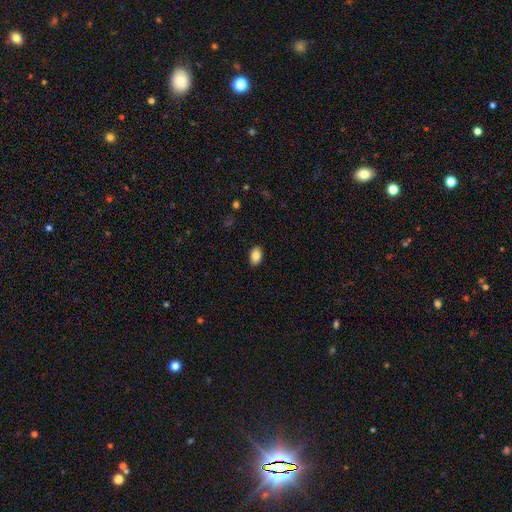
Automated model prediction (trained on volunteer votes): smooth 86%, star or artifact 8%, featured or disk 6%. Down the decision tree: how rounded — in between (85%); merging — none (89%).